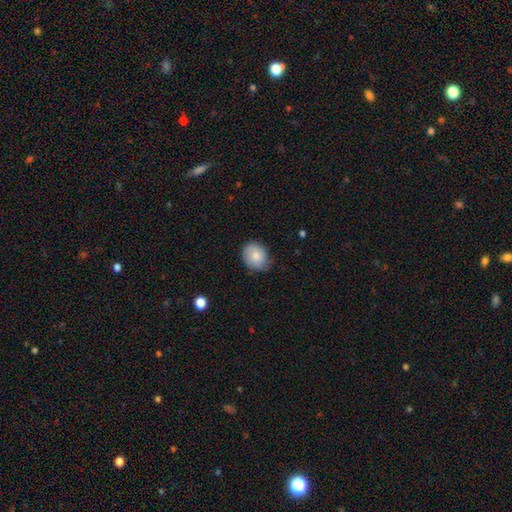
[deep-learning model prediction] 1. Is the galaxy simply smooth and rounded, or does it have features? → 81% smooth, 12% featured or disk, 7% star or artifact.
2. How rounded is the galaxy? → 54% round, 45% in between, 1% cigar-shaped.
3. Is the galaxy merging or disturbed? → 72% none, 23% minor disturbance, 4% major disturbance, 1% merger.